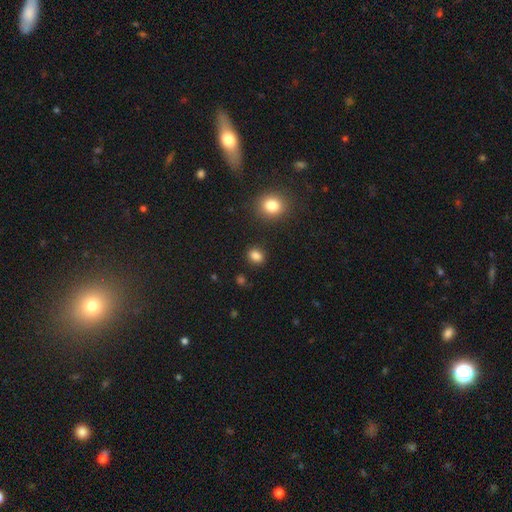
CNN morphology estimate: This is clearly a smooth galaxy (84%). How rounded: possibly round (55%). Merging: clearly none (86%).